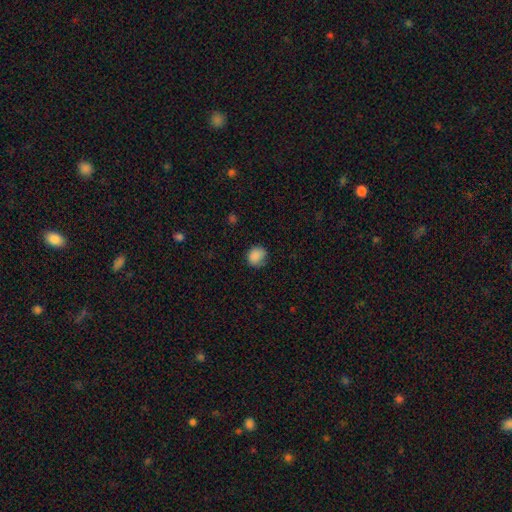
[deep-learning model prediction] Smooth or featured: smooth — 86% (star or artifact — 9%)
How rounded: round — 72% (in between — 27%)
Merging: none — 67% (minor disturbance — 25%)